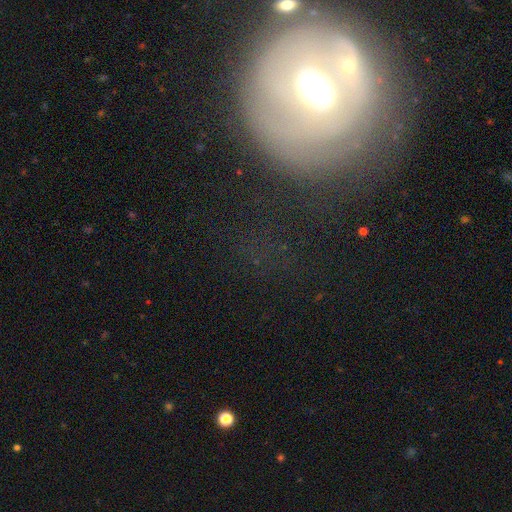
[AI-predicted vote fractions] Smooth or featured?
  - featured or disk: 51% *
  - smooth: 28%
  - star or artifact: 22%
Edge-on disk?
  - no: 90% *
  - yes: 10%
Merging?
  - none: 60% *
  - major disturbance: 17%
  - minor disturbance: 16%
  - merger: 7%